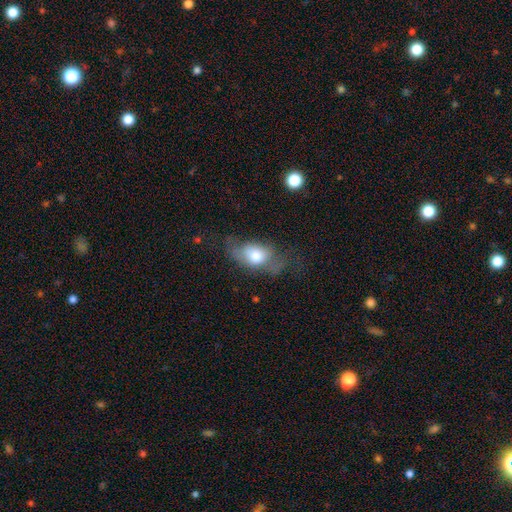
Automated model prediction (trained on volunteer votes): Overall: smooth (64%; featured or disk 27%). How rounded: in between (81%). Merging: major disturbance (34%; none 33%).